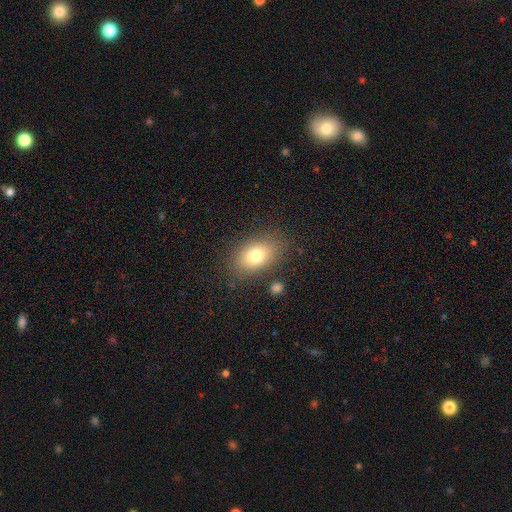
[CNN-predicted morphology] Smooth or featured? Predicted: smooth (p=0.76). How rounded? Predicted: in between (p=0.84). Merging? Predicted: none (p=0.80).